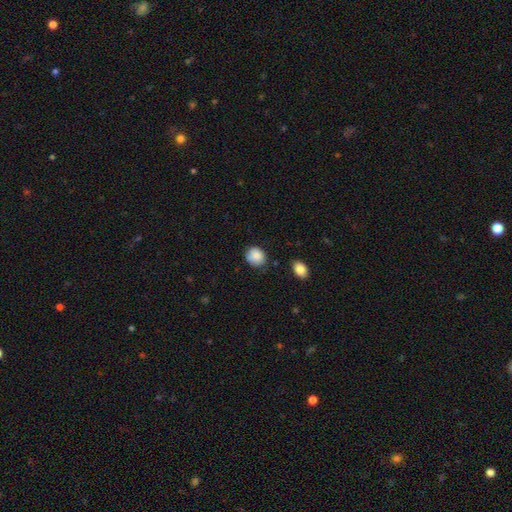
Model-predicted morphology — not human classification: Smooth or featured? Predicted: smooth (p=0.87). How rounded? Predicted: round (p=0.73). Merging? Predicted: none (p=0.71).